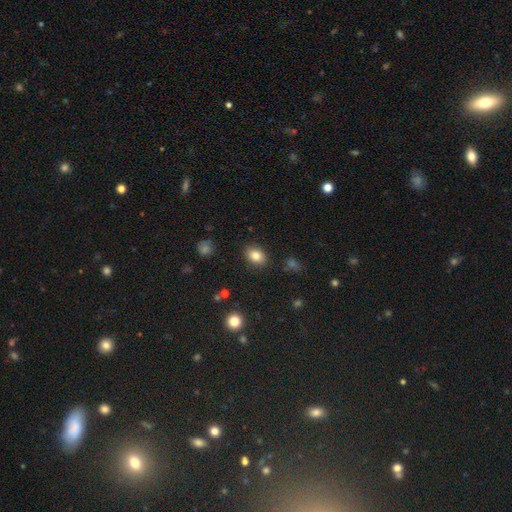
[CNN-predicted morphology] This is clearly a smooth galaxy (84%). How rounded: likely in between (73%). Merging: clearly none (86%).